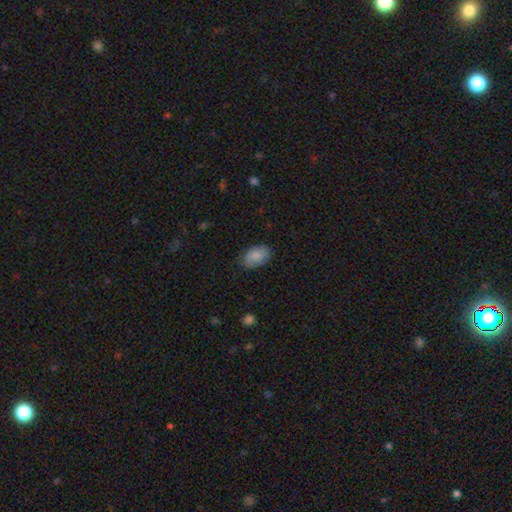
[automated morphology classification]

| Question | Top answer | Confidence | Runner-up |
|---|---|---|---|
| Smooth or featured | smooth | 83% | featured or disk (11%) |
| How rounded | in between | 91% | round (8%) |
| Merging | none | 80% | minor disturbance (16%) |